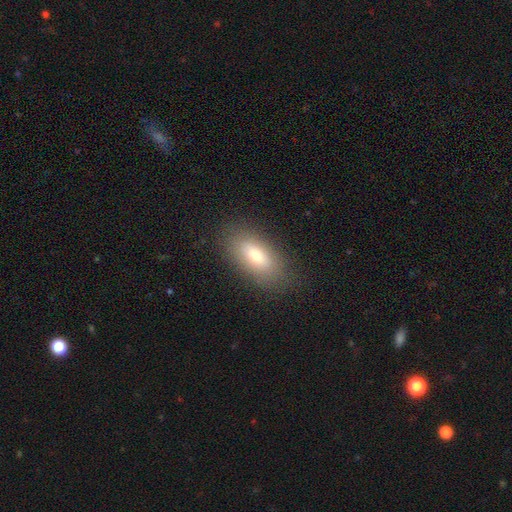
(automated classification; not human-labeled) Smooth or featured: smooth — 72% (featured or disk — 19%)
How rounded: in between — 86% (cigar-shaped — 10%)
Merging: none — 85% (minor disturbance — 10%)